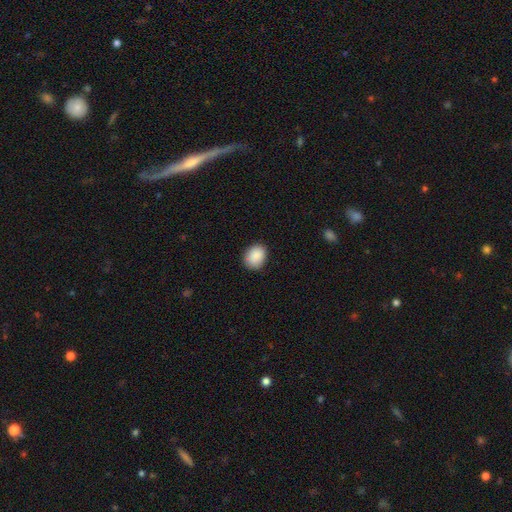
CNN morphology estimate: Smooth or featured? smooth (89%)
How rounded? in between (54%)
Merging? none (82%)